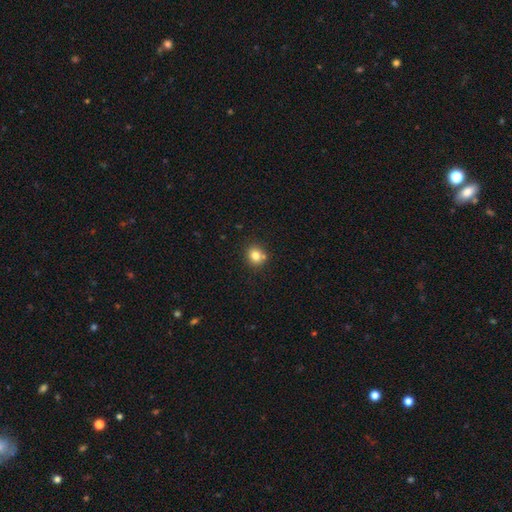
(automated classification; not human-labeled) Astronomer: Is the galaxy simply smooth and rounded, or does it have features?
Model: smooth — 80%.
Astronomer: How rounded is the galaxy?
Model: round — 82%.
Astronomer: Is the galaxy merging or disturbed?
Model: none — 76%.